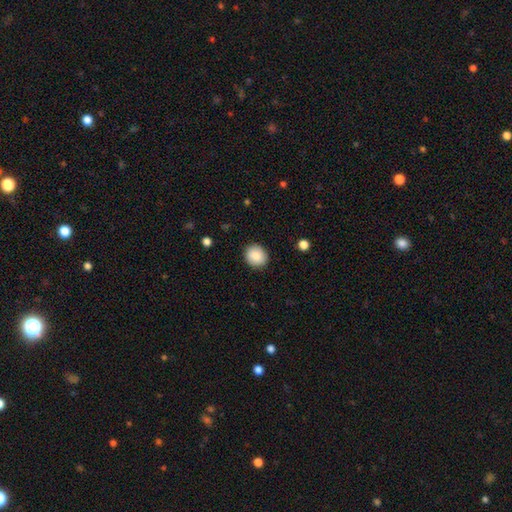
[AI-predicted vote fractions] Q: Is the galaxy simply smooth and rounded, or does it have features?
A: smooth — 88%.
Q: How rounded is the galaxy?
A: round — 80%.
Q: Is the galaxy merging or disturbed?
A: none — 90%.